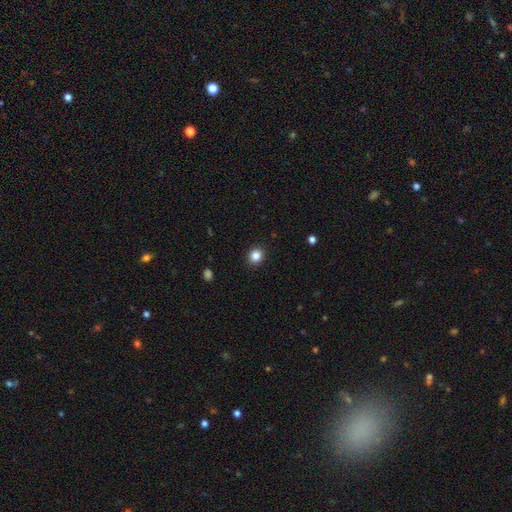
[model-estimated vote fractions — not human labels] smooth_or_featured: smooth (p=0.84) [alt: star or artifact p=0.11]
how_rounded: round (p=0.85) [alt: in between p=0.14]
merging: none (p=0.92) [alt: minor disturbance p=0.06]